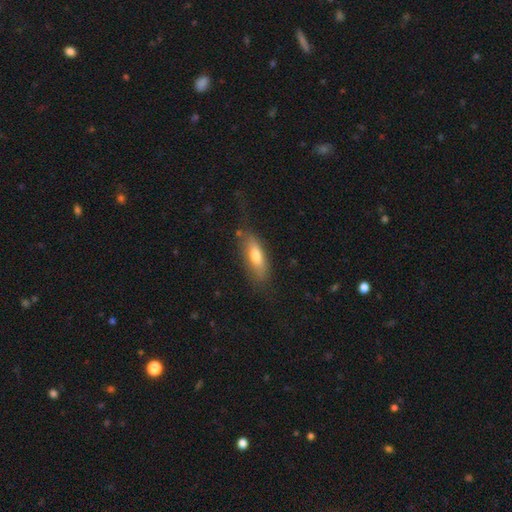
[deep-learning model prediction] Q: Smooth or featured?
A: smooth (68%); runner-up: featured or disk (25%)
Q: How rounded?
A: in between (59%); runner-up: cigar-shaped (38%)
Q: Merging?
A: none (67%); runner-up: minor disturbance (22%)